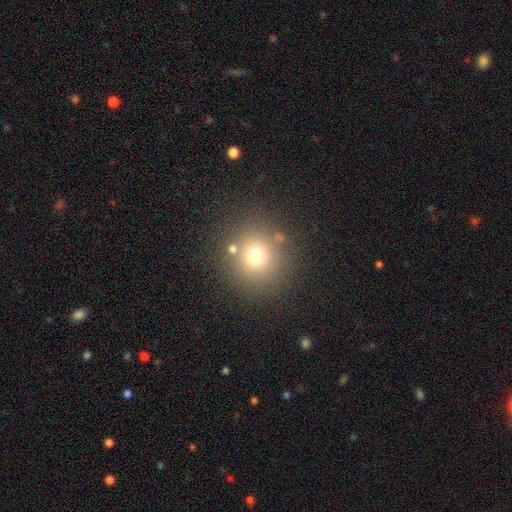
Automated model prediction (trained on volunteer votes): smooth 70%, star or artifact 18%, featured or disk 12%. Down the decision tree: how rounded — round (90%); merging — none (80%).